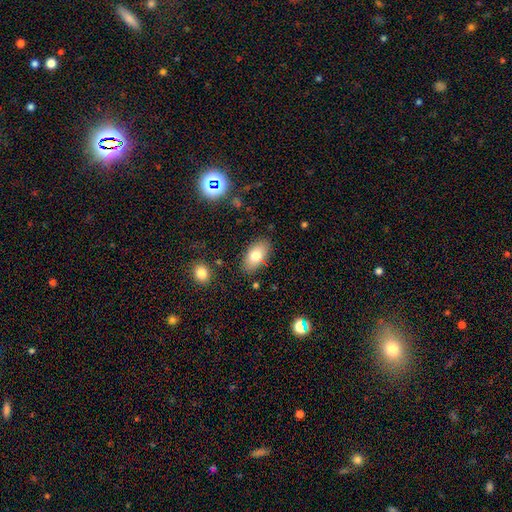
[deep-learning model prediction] Smooth or featured?
  - smooth: 75% *
  - featured or disk: 16%
  - star or artifact: 8%
How rounded?
  - in between: 91% *
  - round: 6%
  - cigar-shaped: 3%
Merging?
  - none: 84% *
  - minor disturbance: 11%
  - major disturbance: 3%
  - merger: 2%